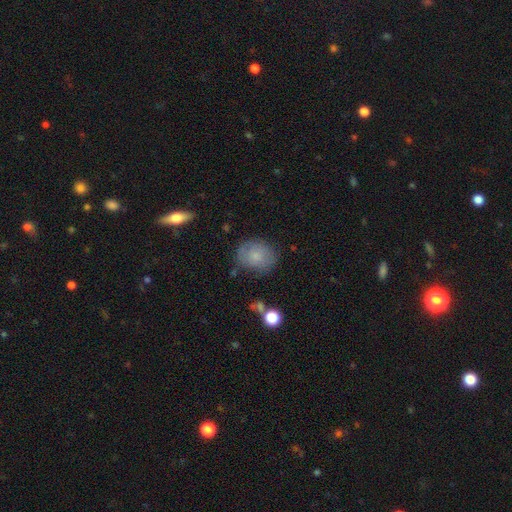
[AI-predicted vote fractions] Smooth or featured? smooth (72%)
How rounded? round (56%)
Merging? none (73%)